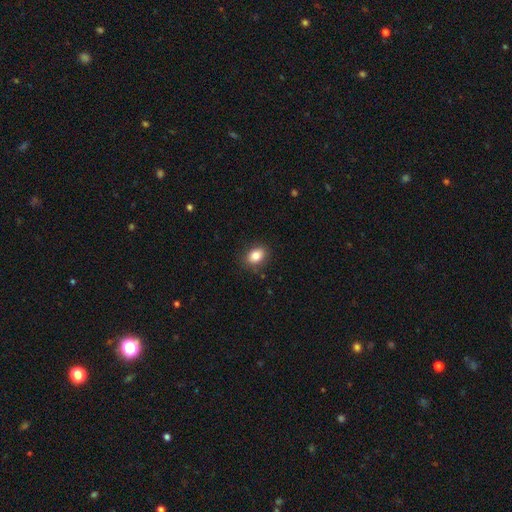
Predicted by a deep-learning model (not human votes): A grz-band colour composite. It shows a smooth galaxy with no disk features (84%) that is in between round and cigar-shaped (72%). Merging: none (85%).